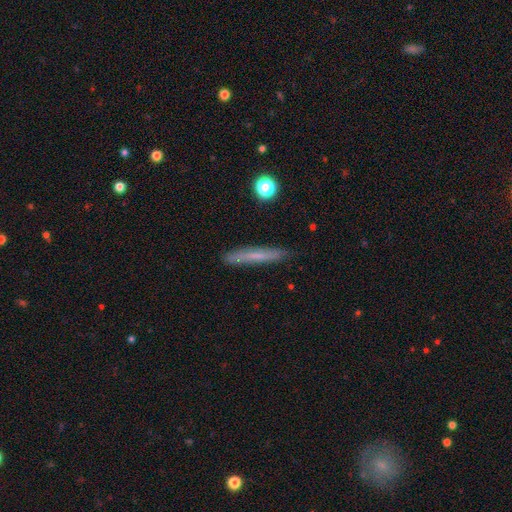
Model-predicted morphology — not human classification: A smooth galaxy with no disk features (57%) that is cigar-shaped (95%).

Vote fractions:
- Smooth or featured? smooth: 57% / featured or disk: 35% / star or artifact: 8%
- How rounded? cigar-shaped: 95% / in between: 3% / round: 2%
- Merging? none: 87% / minor disturbance: 10% / major disturbance: 2% / merger: 1%